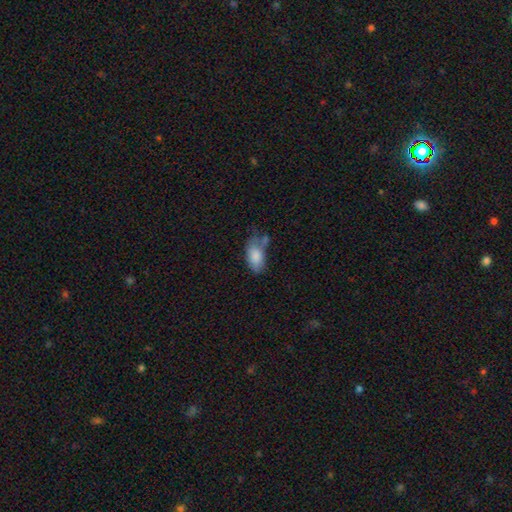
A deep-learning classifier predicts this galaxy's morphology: This is clearly a smooth galaxy (81%). How rounded: clearly in between (93%). Merging: marginally none (39%).